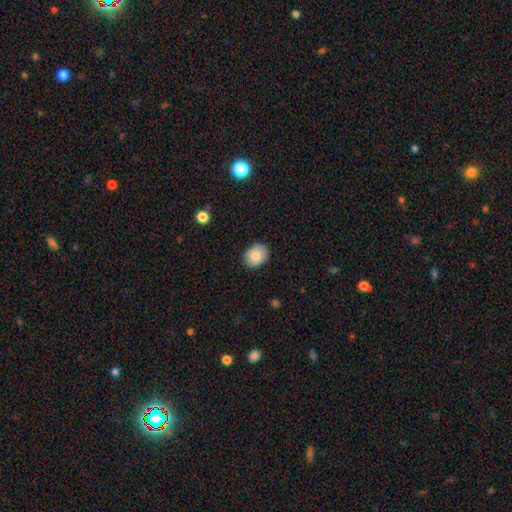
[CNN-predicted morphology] Q: Smooth or featured?
A: smooth (85%); runner-up: star or artifact (8%)
Q: How rounded?
A: in between (53%); runner-up: round (46%)
Q: Merging?
A: none (87%); runner-up: minor disturbance (10%)